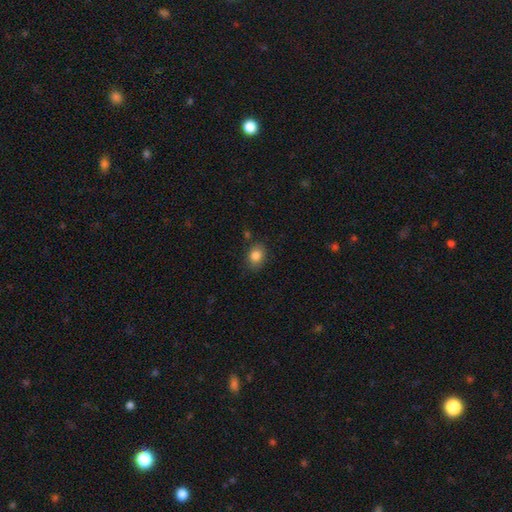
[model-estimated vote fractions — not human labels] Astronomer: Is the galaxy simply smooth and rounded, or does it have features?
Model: smooth — 83%.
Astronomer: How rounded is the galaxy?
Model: in between — 58% (runner-up: round, 41%).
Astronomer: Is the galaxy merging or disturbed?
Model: none — 81%.